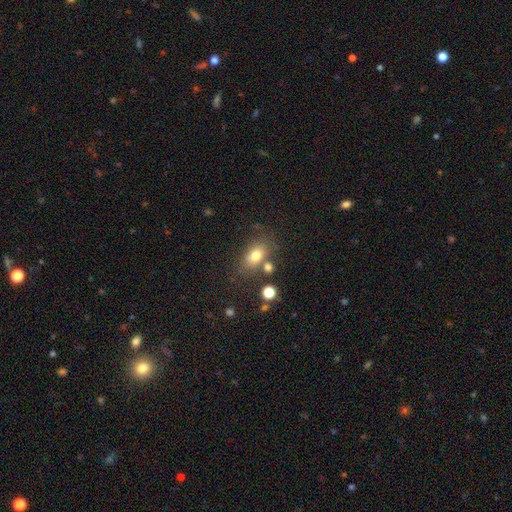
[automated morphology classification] smooth 75%, featured or disk 13%, star or artifact 11%. Down the decision tree: how rounded — in between (78%); merging — none (65%).